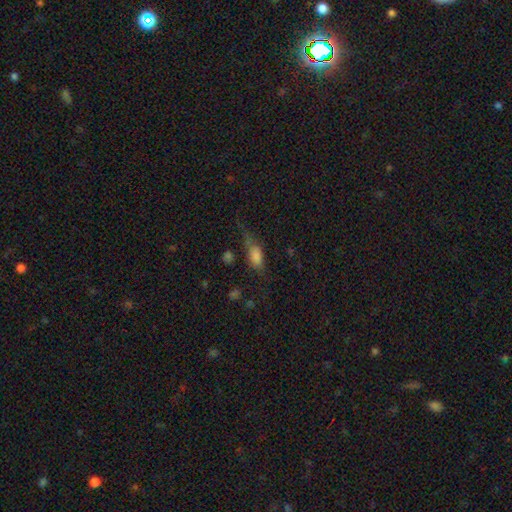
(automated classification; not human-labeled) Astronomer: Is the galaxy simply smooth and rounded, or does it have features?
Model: smooth — 71%.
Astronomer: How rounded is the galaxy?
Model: in between — 78%.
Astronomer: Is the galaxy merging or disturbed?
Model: none — 40% (runner-up: minor disturbance, 29%).